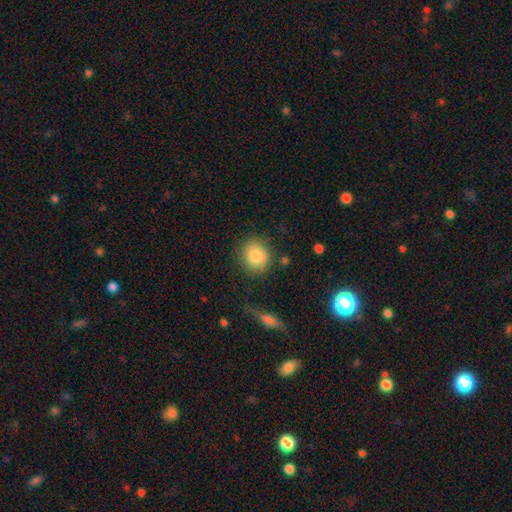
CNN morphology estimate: Smooth or featured: smooth — 84% (featured or disk — 8%)
How rounded: round — 82% (in between — 17%)
Merging: none — 79% (minor disturbance — 14%)